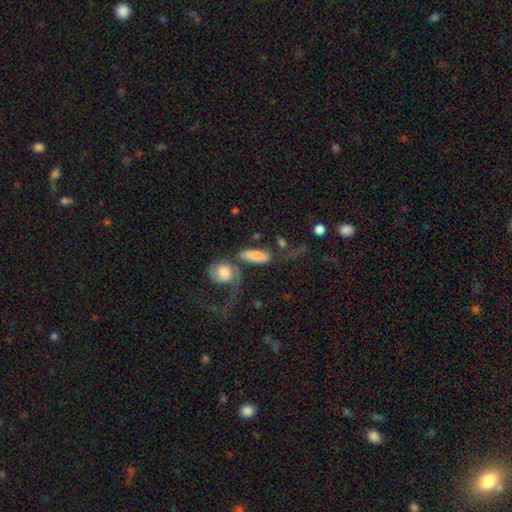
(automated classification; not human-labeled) Q: Smooth or featured?
A: smooth (71%); runner-up: featured or disk (21%)
Q: How rounded?
A: in between (72%); runner-up: cigar-shaped (21%)
Q: Merging?
A: merger (34%); runner-up: none (32%)